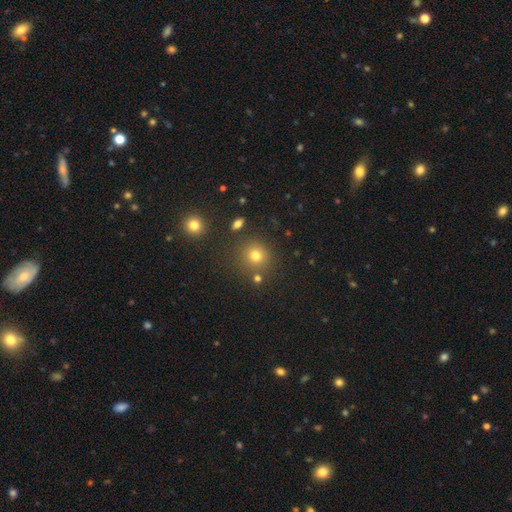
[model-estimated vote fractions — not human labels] smooth-or-featured: smooth: 75% | star or artifact: 17% | featured or disk: 8%
  how-rounded: round: 90% | in between: 9% | cigar-shaped: 1%
  merging: none: 81% | minor disturbance: 8% | merger: 7% | major disturbance: 3%